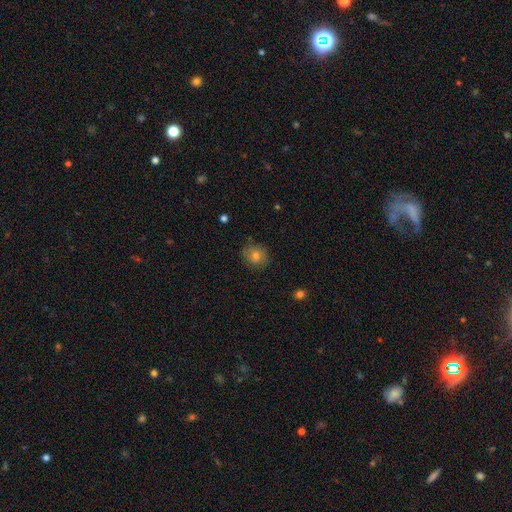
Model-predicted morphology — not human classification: Q: Smooth or featured?
A: smooth (74%); runner-up: featured or disk (13%)
Q: How rounded?
A: round (78%); runner-up: in between (21%)
Q: Merging?
A: none (82%); runner-up: minor disturbance (14%)